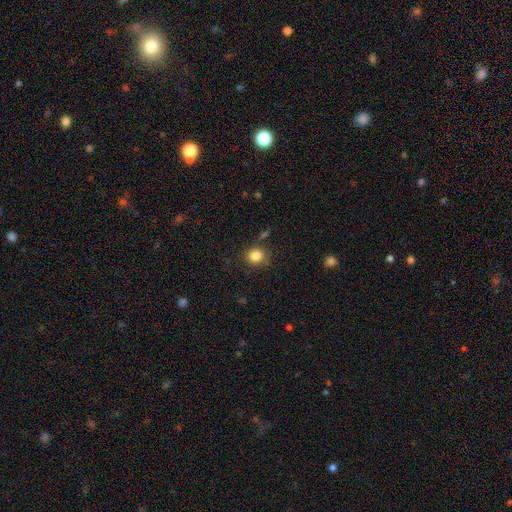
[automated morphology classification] Q: Smooth or featured?
A: smooth (84%); runner-up: star or artifact (11%)
Q: How rounded?
A: round (82%); runner-up: in between (17%)
Q: Merging?
A: none (81%); runner-up: minor disturbance (12%)